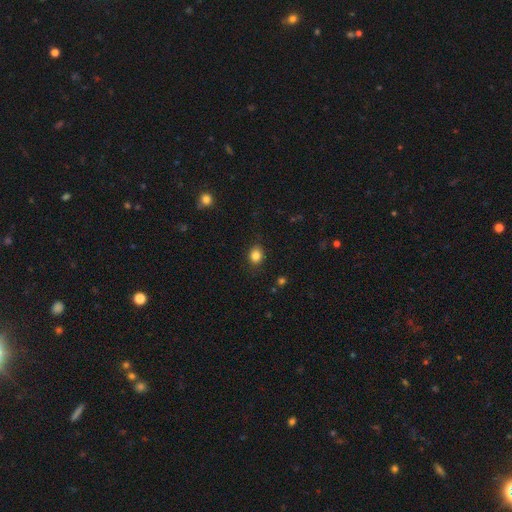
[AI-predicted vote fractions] This appears to be a smooth galaxy with no disk features (84%) that is round (63%). Merging: none (86%).